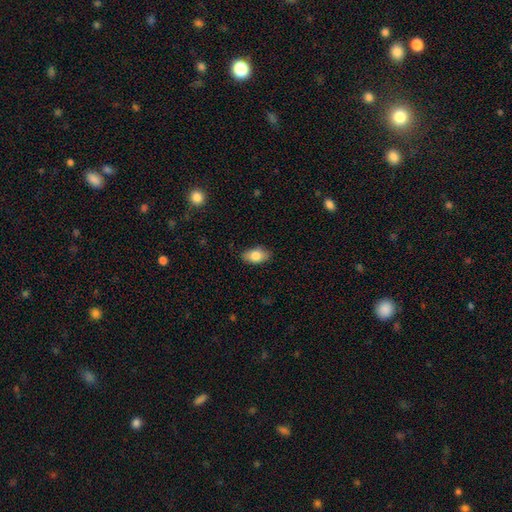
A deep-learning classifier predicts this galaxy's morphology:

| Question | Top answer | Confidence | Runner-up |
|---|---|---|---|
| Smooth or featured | smooth | 81% | featured or disk (12%) |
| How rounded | in between | 90% | round (8%) |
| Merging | none | 83% | minor disturbance (14%) |